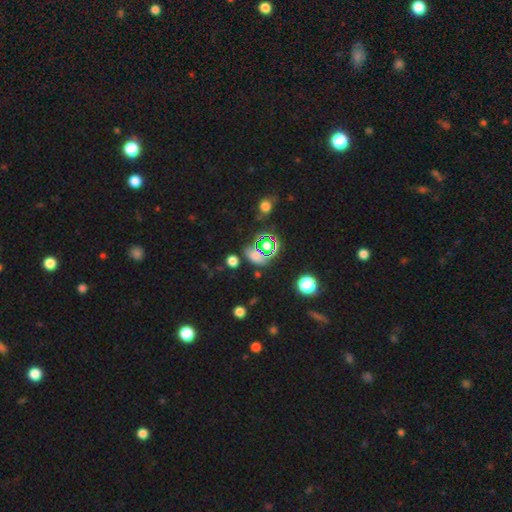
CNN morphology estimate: Smooth or featured?
  - smooth: 48% *
  - star or artifact: 44%
  - featured or disk: 8%
Merging?
  - none: 72% *
  - minor disturbance: 13%
  - merger: 8%
  - major disturbance: 7%